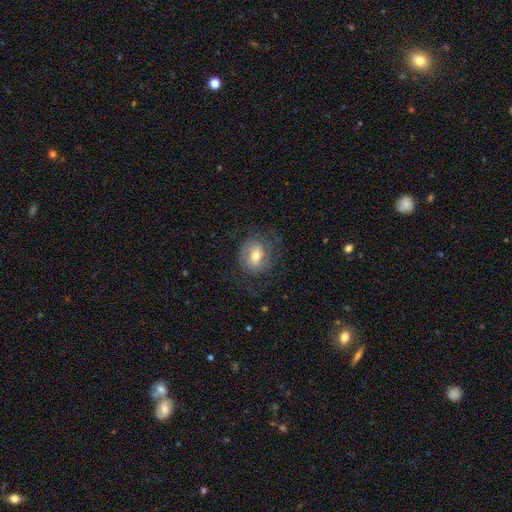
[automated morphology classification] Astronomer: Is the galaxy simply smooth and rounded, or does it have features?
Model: featured or disk — 51% (runner-up: smooth, 41%).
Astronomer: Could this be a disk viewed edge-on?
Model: no — 95%.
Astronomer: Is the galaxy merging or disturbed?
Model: none — 66%.